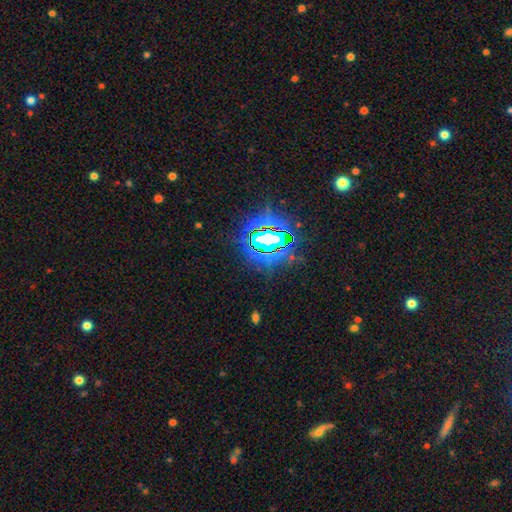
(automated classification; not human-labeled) This is clearly a star or artifact rather than a galaxy (85%).